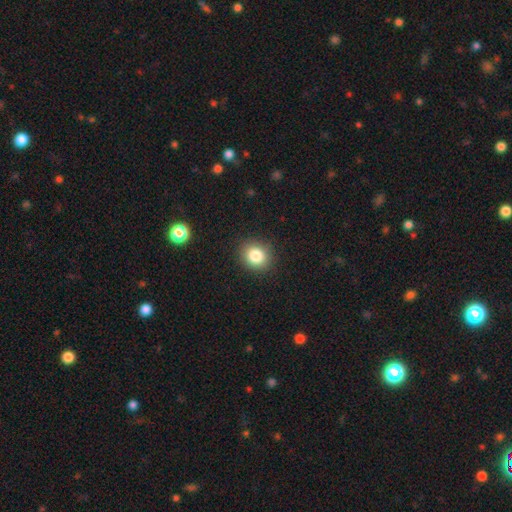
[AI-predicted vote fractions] A smooth galaxy with no disk features (83%) that is round (79%). Merging: none (89%).